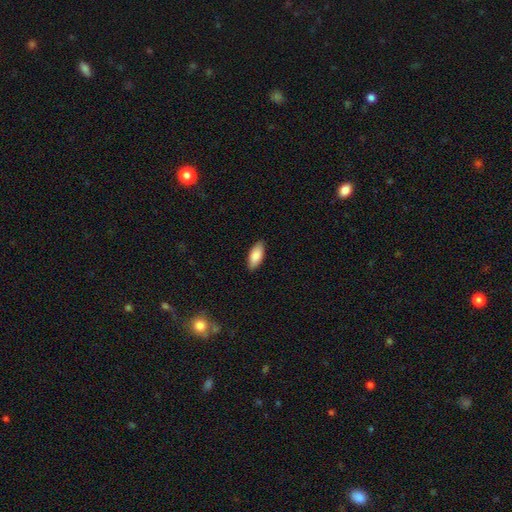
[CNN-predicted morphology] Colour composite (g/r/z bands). It shows a smooth galaxy with no disk features (87%) that is in between round and cigar-shaped (86%). Merging: none (88%).